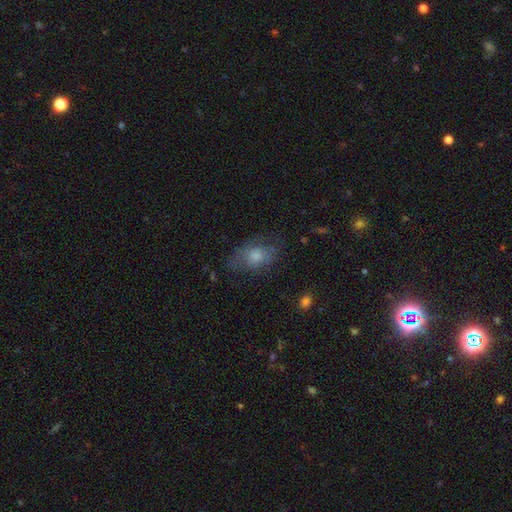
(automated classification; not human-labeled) Smooth or featured? Predicted: smooth (p=0.60). How rounded? Predicted: in between (p=0.79). Merging? Predicted: none (p=0.69).